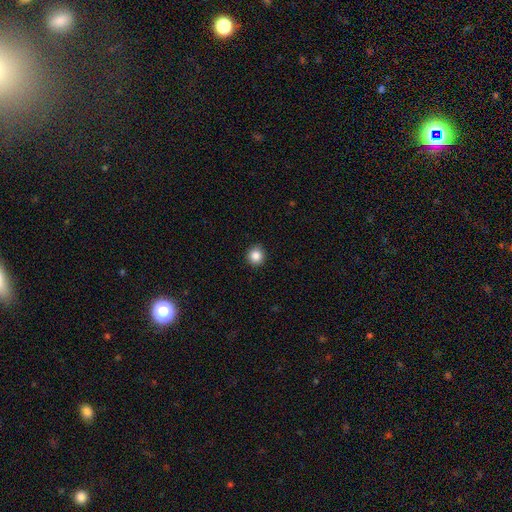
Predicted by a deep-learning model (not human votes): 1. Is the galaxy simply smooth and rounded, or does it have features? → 86% smooth, 10% star or artifact, 3% featured or disk.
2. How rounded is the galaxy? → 94% round, 5% in between, 1% cigar-shaped.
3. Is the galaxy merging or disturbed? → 91% none, 7% minor disturbance, 2% major disturbance, 1% merger.